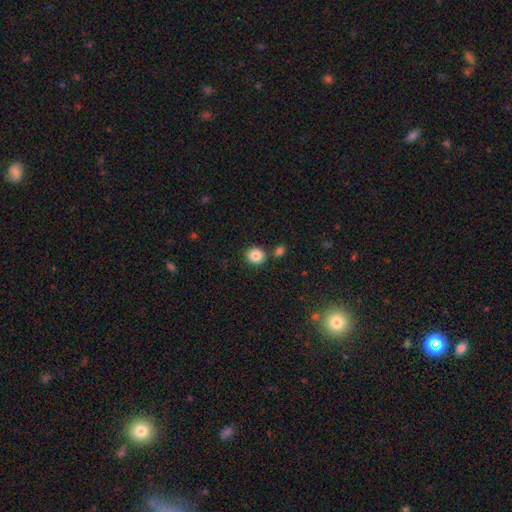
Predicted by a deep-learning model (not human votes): Smooth or featured? Predicted: smooth (p=0.85). How rounded? Predicted: round (p=0.86). Merging? Predicted: none (p=0.78).